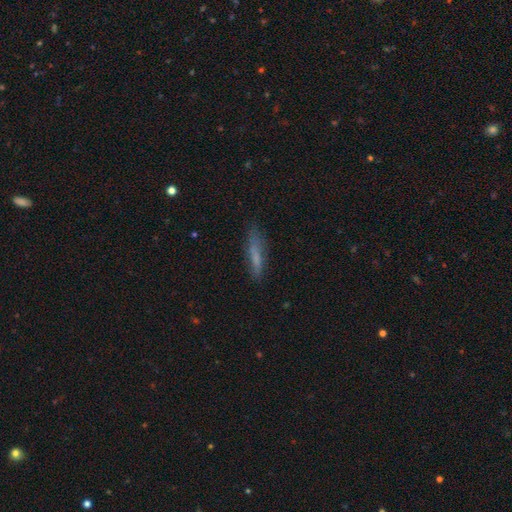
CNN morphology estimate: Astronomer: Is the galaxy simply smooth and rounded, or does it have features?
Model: smooth — 64%.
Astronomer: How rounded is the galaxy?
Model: cigar-shaped — 83%.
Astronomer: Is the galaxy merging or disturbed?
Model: none — 73%.